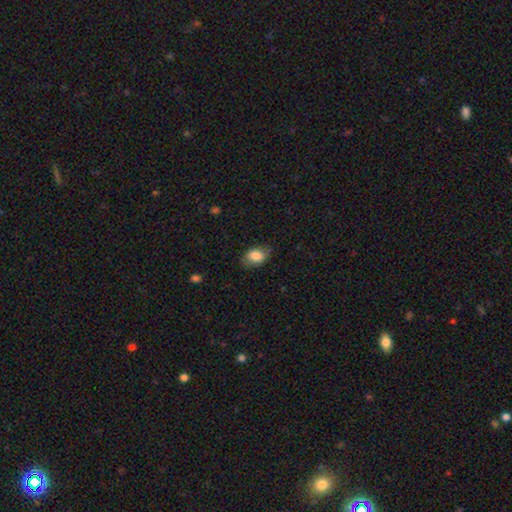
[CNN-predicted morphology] type=smooth (81%); roundness=in between (80%); merging=none (68%).